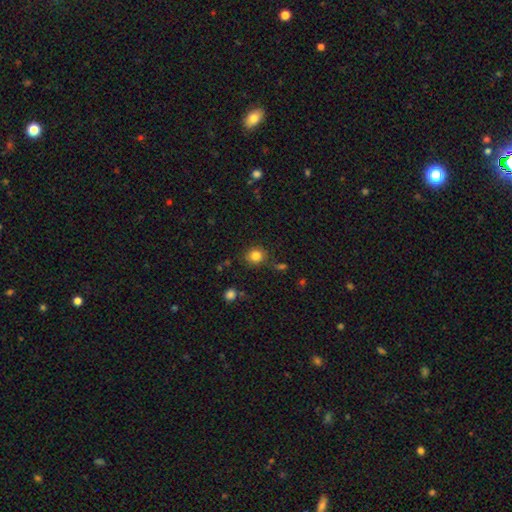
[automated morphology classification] Q: Smooth or featured?
A: smooth (83%); runner-up: star or artifact (12%)
Q: How rounded?
A: round (85%); runner-up: in between (14%)
Q: Merging?
A: none (82%); runner-up: minor disturbance (11%)